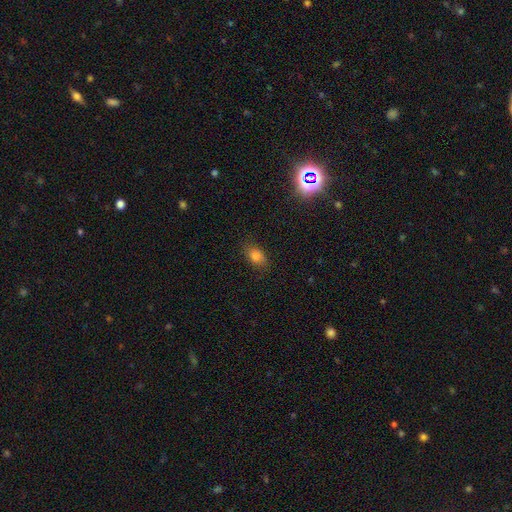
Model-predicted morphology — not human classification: Smooth or featured?
  - smooth: 81% *
  - star or artifact: 12%
  - featured or disk: 7%
How rounded?
  - in between: 79% *
  - round: 19%
  - cigar-shaped: 2%
Merging?
  - none: 82% *
  - minor disturbance: 13%
  - major disturbance: 3%
  - merger: 1%